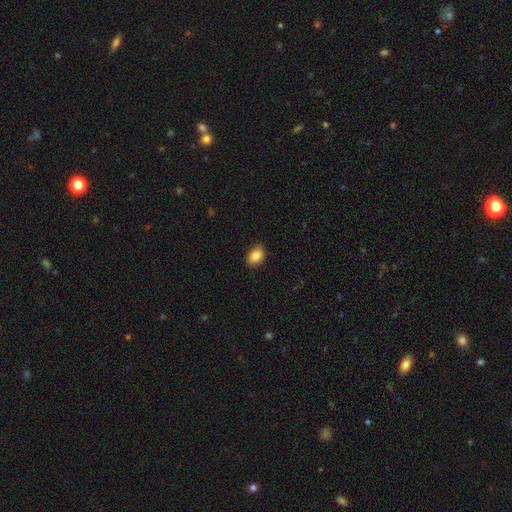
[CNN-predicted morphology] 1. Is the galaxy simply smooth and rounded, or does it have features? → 88% smooth, 8% star or artifact, 4% featured or disk.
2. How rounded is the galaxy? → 80% in between, 18% round, 1% cigar-shaped.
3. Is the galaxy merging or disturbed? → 86% none, 11% minor disturbance, 2% major disturbance, 1% merger.